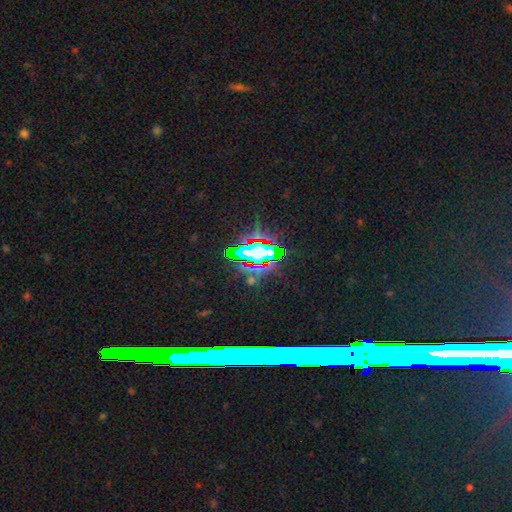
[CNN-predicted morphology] This is likely a star or artifact rather than a galaxy (77%).